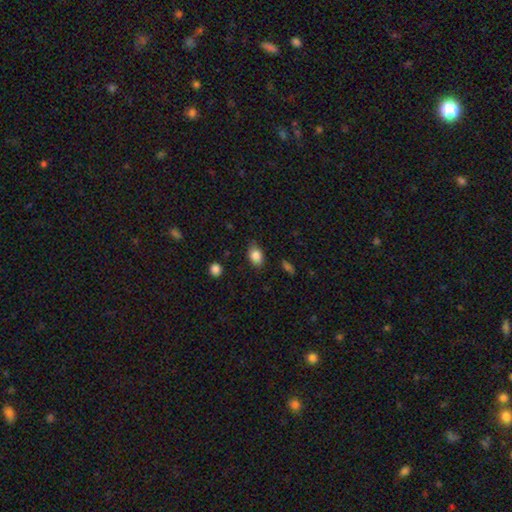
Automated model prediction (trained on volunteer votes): Smooth or featured?
  - smooth: 85% *
  - star or artifact: 8%
  - featured or disk: 7%
How rounded?
  - in between: 81% *
  - round: 17%
  - cigar-shaped: 2%
Merging?
  - none: 80% *
  - minor disturbance: 15%
  - major disturbance: 3%
  - merger: 1%